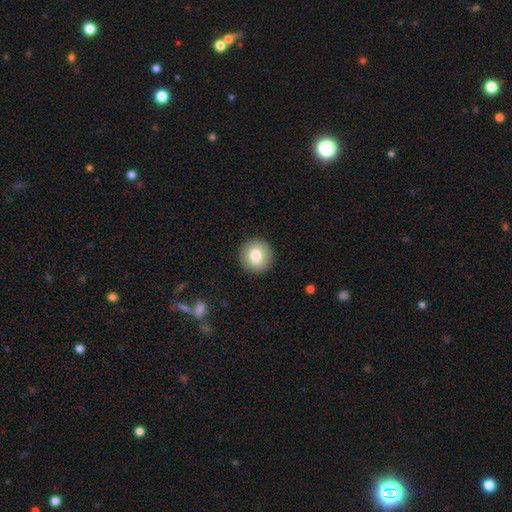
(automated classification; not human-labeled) This is clearly a smooth galaxy (80%). How rounded: clearly round (95%). Merging: clearly none (92%).